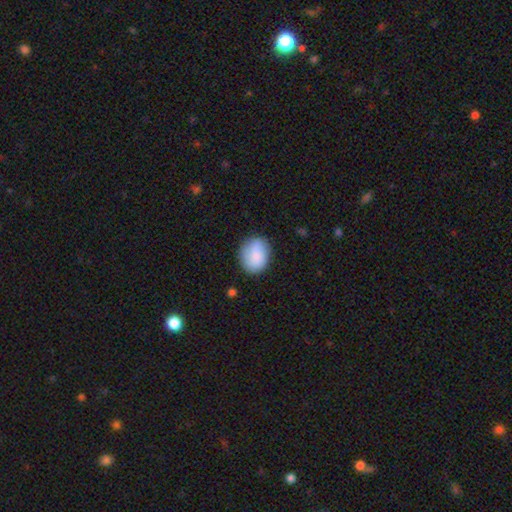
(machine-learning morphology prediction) This appears to be a smooth galaxy with no disk features (84%) that is round (50%). Merging: none (79%).